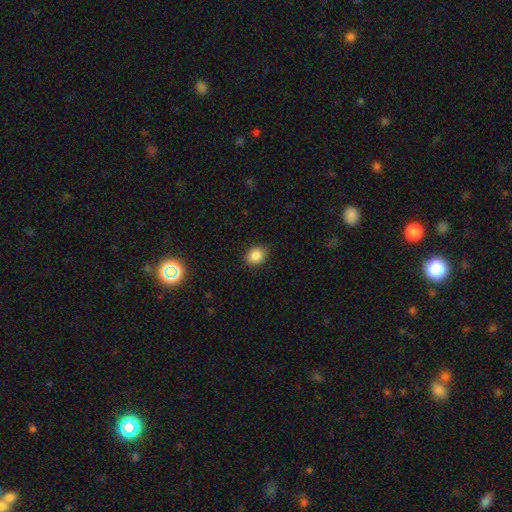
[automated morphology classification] smooth-or-featured: smooth: 86% | star or artifact: 10% | featured or disk: 4%
  how-rounded: round: 52% | in between: 47% | cigar-shaped: 1%
  merging: none: 88% | minor disturbance: 8% | major disturbance: 2% | merger: 1%